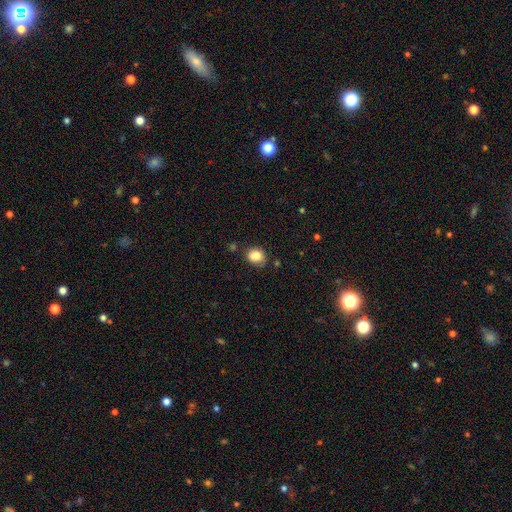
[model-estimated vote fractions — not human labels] This appears to be a smooth galaxy with no disk features (84%) that is round (53%). Merging: none (70%).